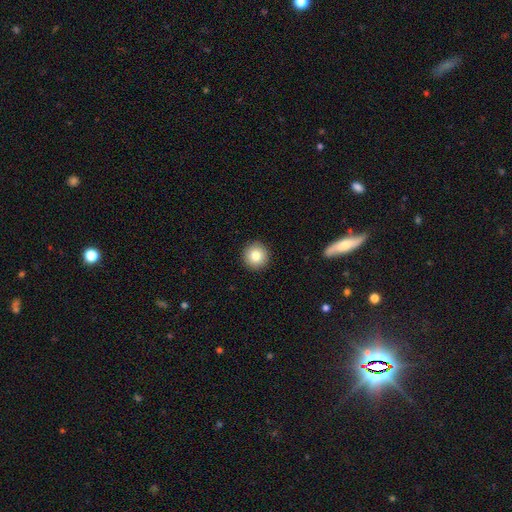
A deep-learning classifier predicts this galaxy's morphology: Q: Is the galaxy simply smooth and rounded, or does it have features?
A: smooth — 83%.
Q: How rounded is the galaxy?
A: round — 95%.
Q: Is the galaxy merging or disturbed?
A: none — 93%.